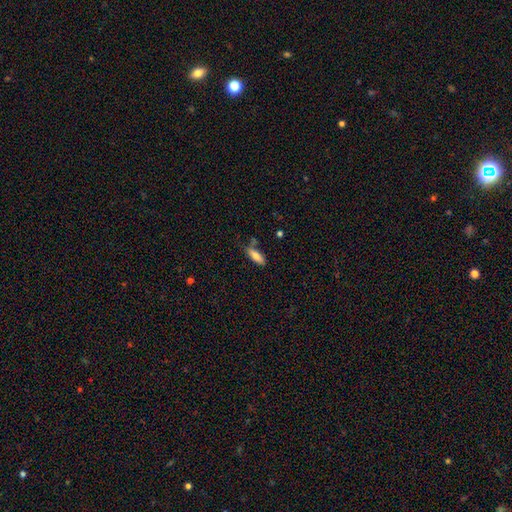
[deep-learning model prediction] This appears to be a smooth galaxy with no disk features (79%) that is in between round and cigar-shaped (56%). Merging: none (63%).